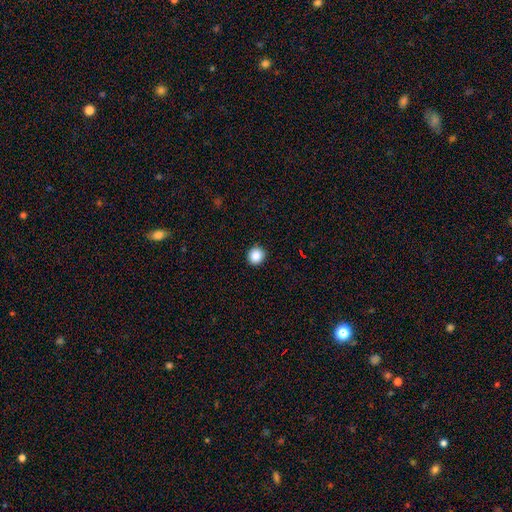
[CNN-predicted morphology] Q: Smooth or featured?
A: smooth (87%); runner-up: star or artifact (10%)
Q: How rounded?
A: round (92%); runner-up: in between (7%)
Q: Merging?
A: none (93%); runner-up: minor disturbance (5%)